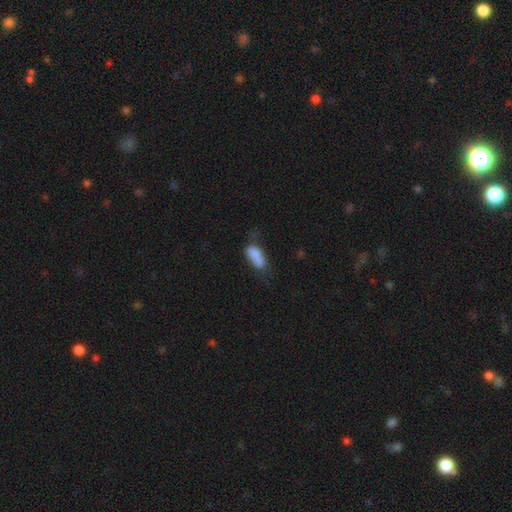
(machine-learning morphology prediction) A smooth galaxy with no disk features (79%) that is in between round and cigar-shaped (79%).

Vote fractions:
- Smooth or featured? smooth: 79% / featured or disk: 12% / star or artifact: 9%
- How rounded? in between: 79% / cigar-shaped: 18% / round: 3%
- Merging? none: 40% / minor disturbance: 32% / major disturbance: 18% / merger: 10%